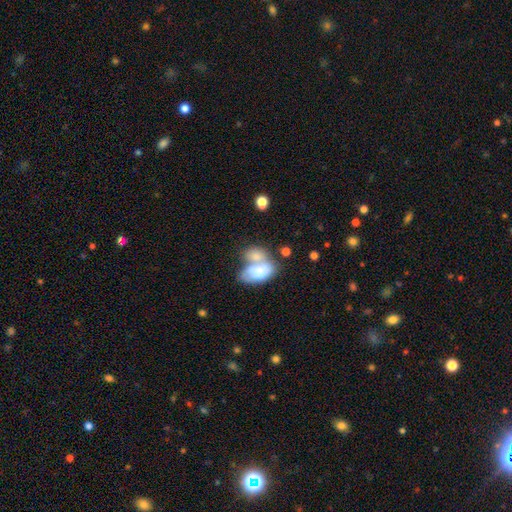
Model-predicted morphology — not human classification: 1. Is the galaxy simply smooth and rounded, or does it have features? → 73% smooth, 20% featured or disk, 6% star or artifact.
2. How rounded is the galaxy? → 88% in between, 11% round, 2% cigar-shaped.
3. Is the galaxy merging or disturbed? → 65% merger, 18% none, 10% minor disturbance, 7% major disturbance.